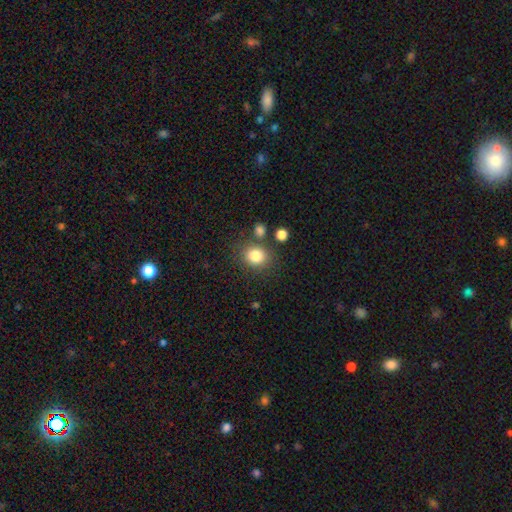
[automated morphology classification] A smooth galaxy with no disk features (82%) that is round (71%).

Vote fractions:
- Smooth or featured? smooth: 82% / star or artifact: 11% / featured or disk: 7%
- How rounded? round: 71% / in between: 28% / cigar-shaped: 1%
- Merging? none: 76% / minor disturbance: 11% / merger: 8% / major disturbance: 4%